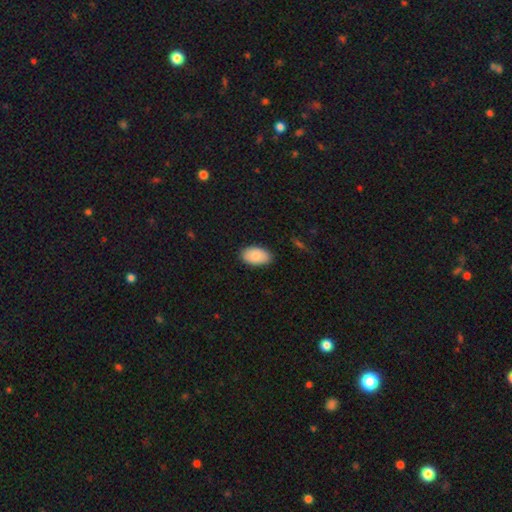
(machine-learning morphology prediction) This appears to be a smooth galaxy with no disk features (87%) that is in between round and cigar-shaped (94%). Merging: none (86%).